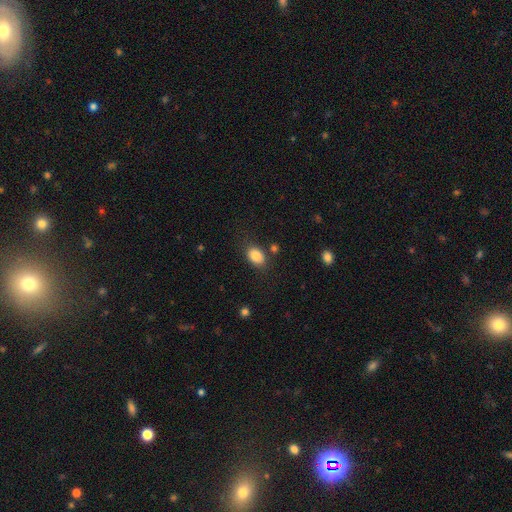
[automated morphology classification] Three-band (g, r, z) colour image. It shows a smooth galaxy with no disk features (86%) that is in between round and cigar-shaped (79%). Merging: none (78%).